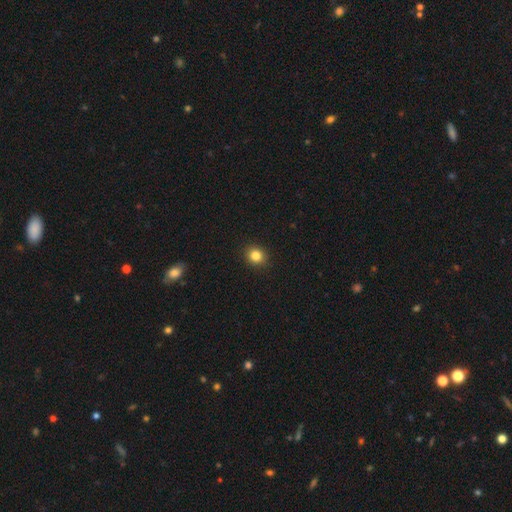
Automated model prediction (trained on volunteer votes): smooth-or-featured: smooth: 84% | star or artifact: 11% | featured or disk: 5%
  how-rounded: round: 81% | in between: 18% | cigar-shaped: 1%
  merging: none: 92% | minor disturbance: 6% | major disturbance: 2% | merger: 1%